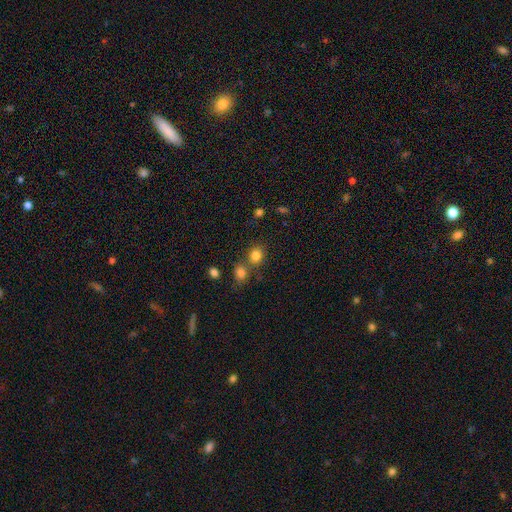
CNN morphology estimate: Smooth or featured: smooth — 81% (star or artifact — 13%)
How rounded: round — 80% (in between — 19%)
Merging: none — 65% (merger — 23%)